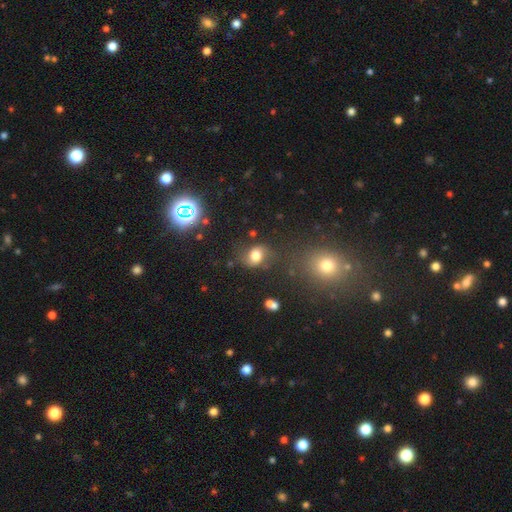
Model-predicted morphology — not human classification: This appears to be a smooth galaxy with no disk features (67%) that is in between round and cigar-shaped (52%). Merging: none (62%).